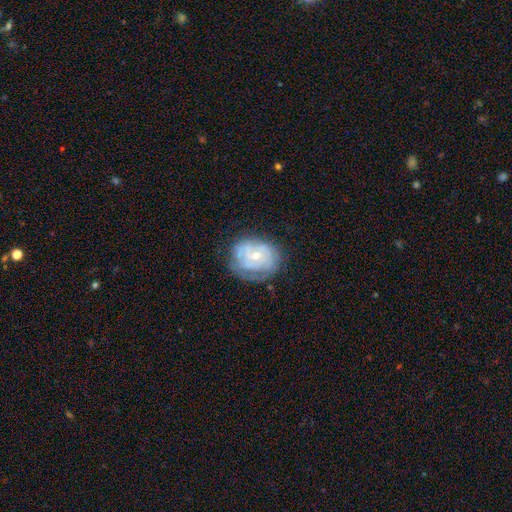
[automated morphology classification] Smooth or featured? featured or disk (71%)
Edge-on disk? no (97%)
Bar? no (77%)
Spiral arms? yes (76%)
Spiral winding? tight (69%)
Spiral arm count? can't tell (54%)
Bulge size? small (60%)
Merging? none (63%)